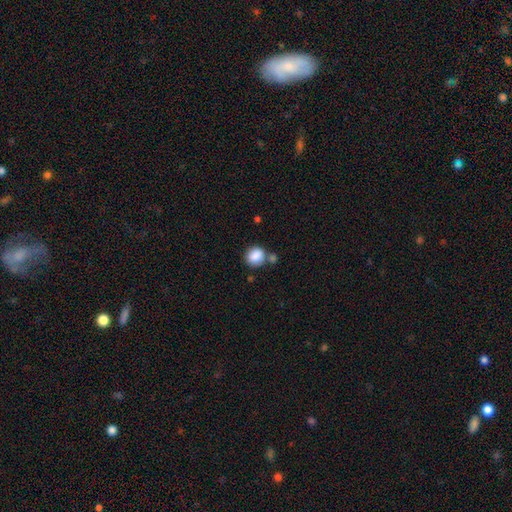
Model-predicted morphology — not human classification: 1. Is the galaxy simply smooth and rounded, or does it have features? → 87% smooth, 8% star or artifact, 5% featured or disk.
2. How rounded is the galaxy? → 71% round, 28% in between, 1% cigar-shaped.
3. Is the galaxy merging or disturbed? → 58% none, 24% merger, 14% minor disturbance, 5% major disturbance.